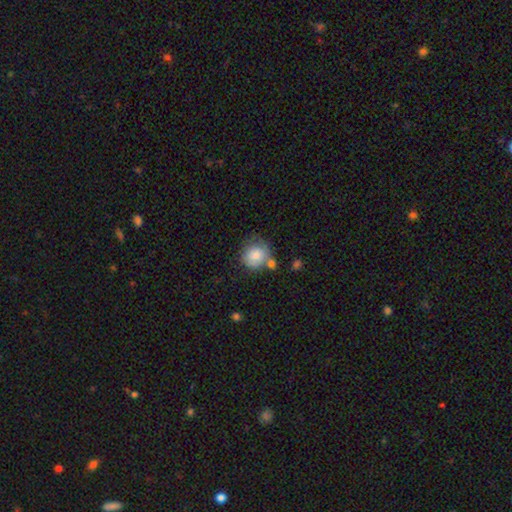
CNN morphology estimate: Smooth or featured?
  - smooth: 78% *
  - featured or disk: 14%
  - star or artifact: 8%
How rounded?
  - round: 84% *
  - in between: 15%
  - cigar-shaped: 1%
Merging?
  - none: 51% *
  - minor disturbance: 23%
  - merger: 17%
  - major disturbance: 9%